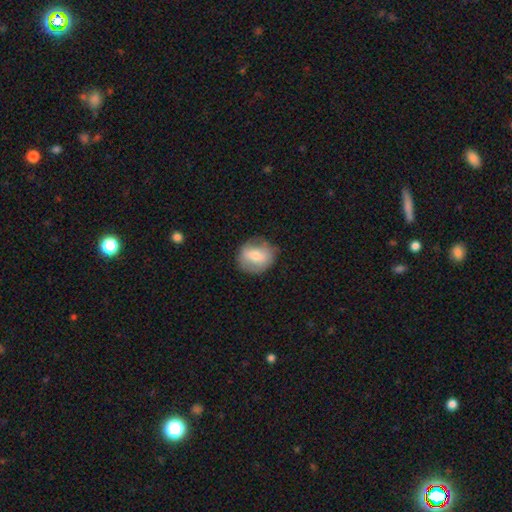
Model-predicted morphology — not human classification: Smooth or featured? smooth (62%)
How rounded? round (76%)
Merging? none (78%)